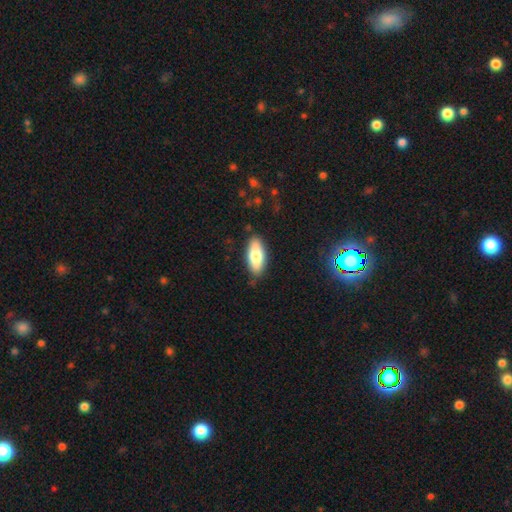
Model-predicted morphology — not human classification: type=smooth (75%); roundness=in between (80%); merging=none (85%).